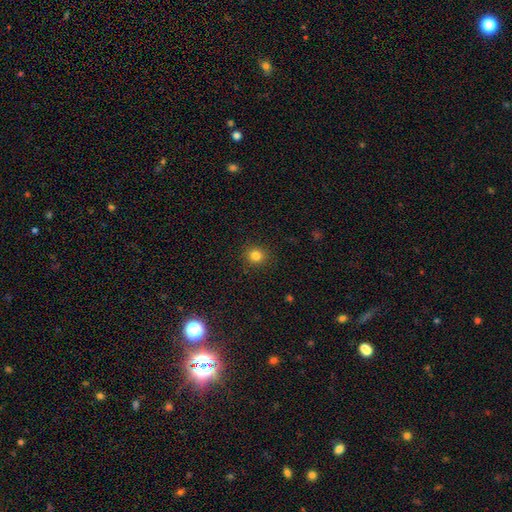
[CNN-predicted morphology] The model was most divided on "smooth or featured": smooth: 83%, star or artifact: 13%, featured or disk: 5%. More confident: how rounded — round (92%); merging — none (91%).